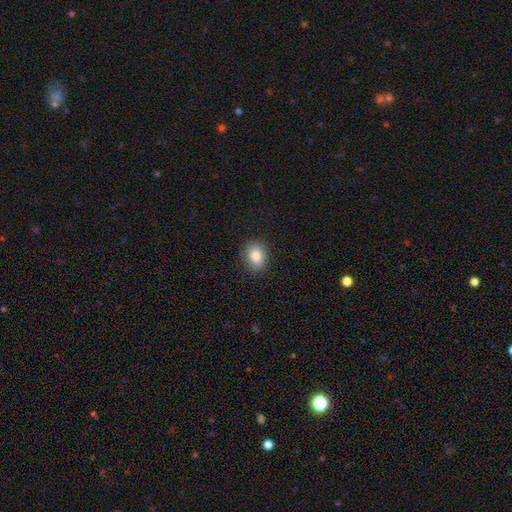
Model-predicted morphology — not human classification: smooth 84%, star or artifact 9%, featured or disk 7%. Down the decision tree: how rounded — in between (55%); merging — none (88%).